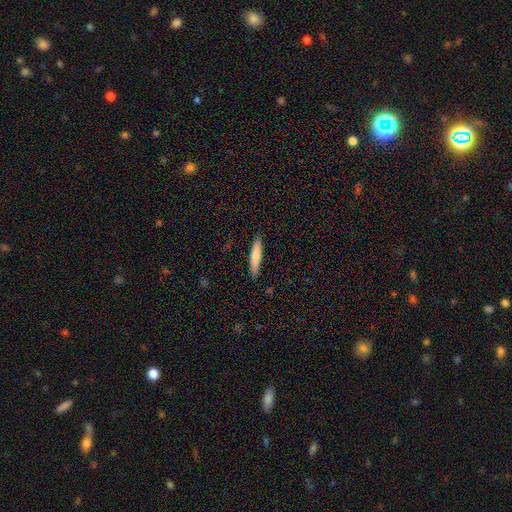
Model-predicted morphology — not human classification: A smooth galaxy with no disk features (72%) that is cigar-shaped (86%).

Vote fractions:
- Smooth or featured? smooth: 72% / featured or disk: 23% / star or artifact: 5%
- How rounded? cigar-shaped: 86% / in between: 13% / round: 1%
- Merging? none: 89% / minor disturbance: 8% / major disturbance: 2% / merger: 1%